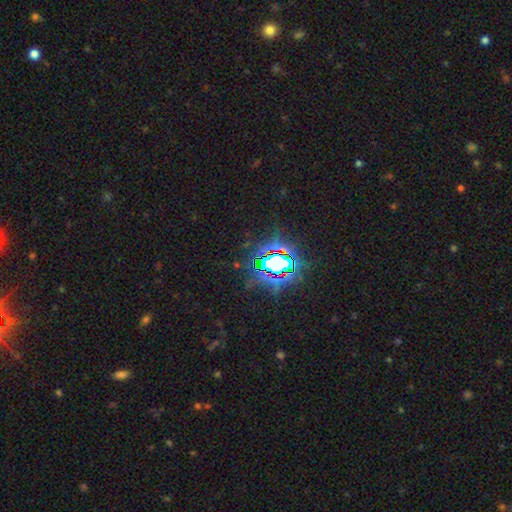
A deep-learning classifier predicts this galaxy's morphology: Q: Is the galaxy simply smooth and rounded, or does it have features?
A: star or artifact — 85%.